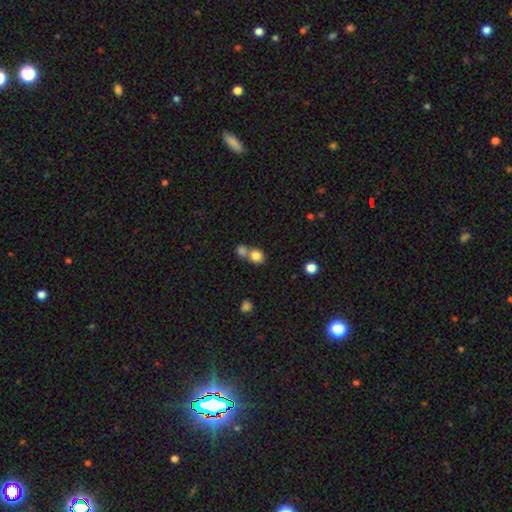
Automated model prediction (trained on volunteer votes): A smooth galaxy with no disk features (81%) that is round (68%). Merging: merger (53%).